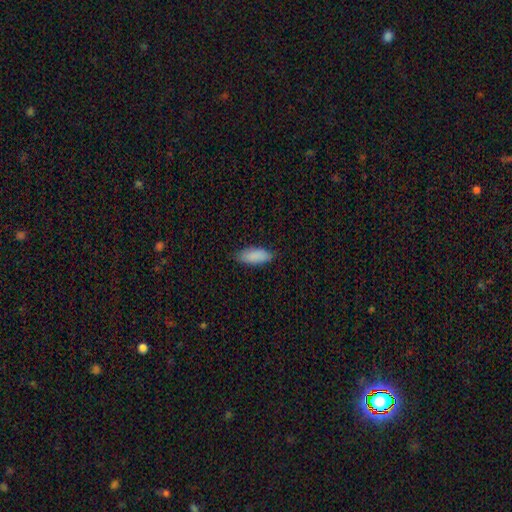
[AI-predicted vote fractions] This appears to be a smooth galaxy with no disk features (88%) that is in between round and cigar-shaped (80%). Merging: none (81%).